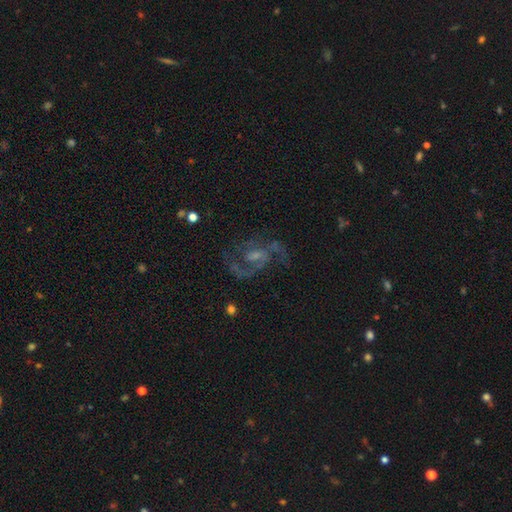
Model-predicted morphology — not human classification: A featured or disk galaxy (84%) with a weak bar (52%), 2 (83%) medium (58%) spiral arms (95%) and a small central bulge (45%). Merging: none (67%).